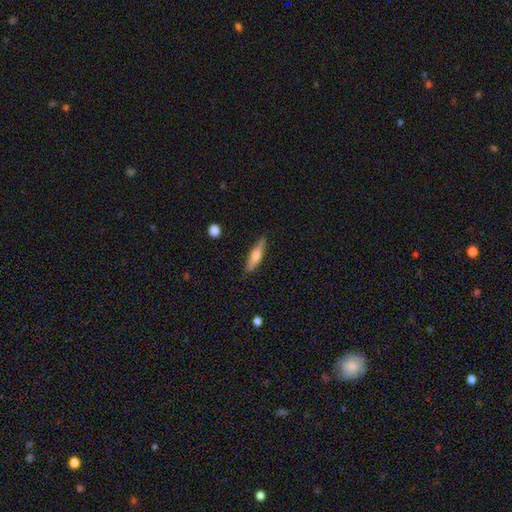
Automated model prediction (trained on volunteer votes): The model was most divided on "smooth or featured": featured or disk: 51%, smooth: 43%, star or artifact: 6%. More confident: edge-on disk — yes (95%); merging — none (88%).